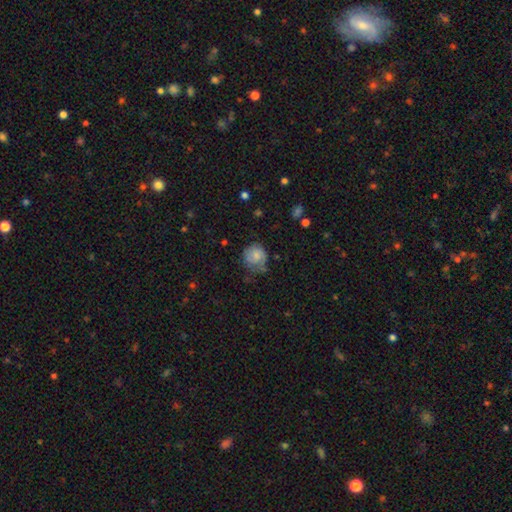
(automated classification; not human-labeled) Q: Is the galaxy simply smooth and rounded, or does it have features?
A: smooth — 72%.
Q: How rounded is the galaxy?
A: round — 83%.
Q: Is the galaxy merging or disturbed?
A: none — 50%.